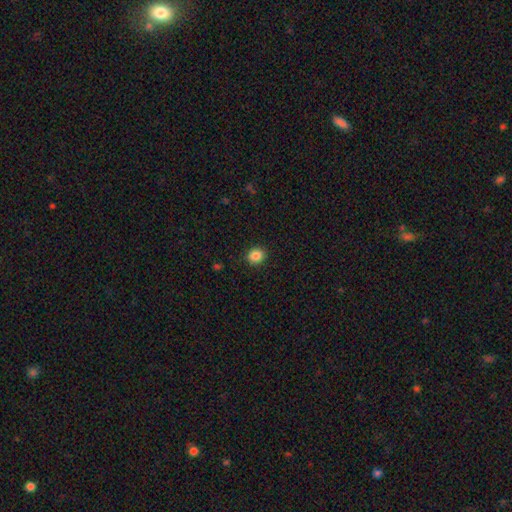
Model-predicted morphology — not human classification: This appears to be a smooth galaxy with no disk features (86%) that is round (73%). Merging: none (90%).